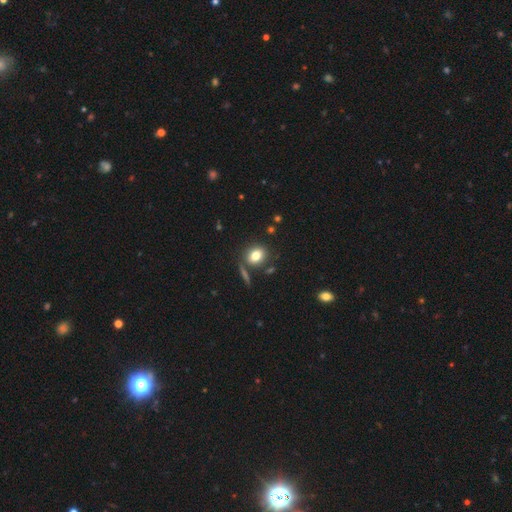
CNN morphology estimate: This is likely a smooth galaxy (79%). How rounded: possibly in between (52%). Merging: likely none (77%).